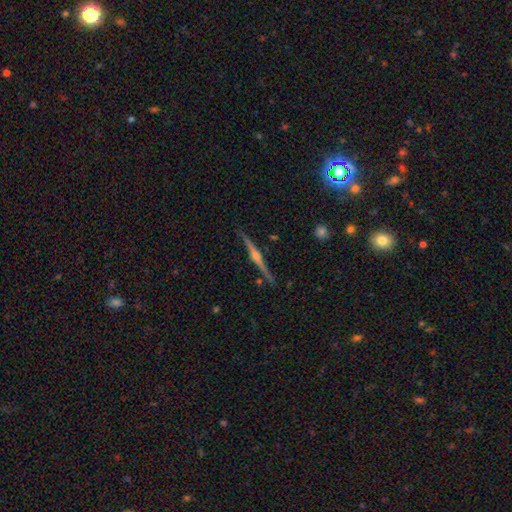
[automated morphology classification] Smooth or featured: featured or disk — 84% (smooth — 8%)
Edge-on disk: yes — 98% (no — 2%)
Edge-on bulge: rounded — 87% (boxy — 8%)
Merging: none — 91% (minor disturbance — 6%)